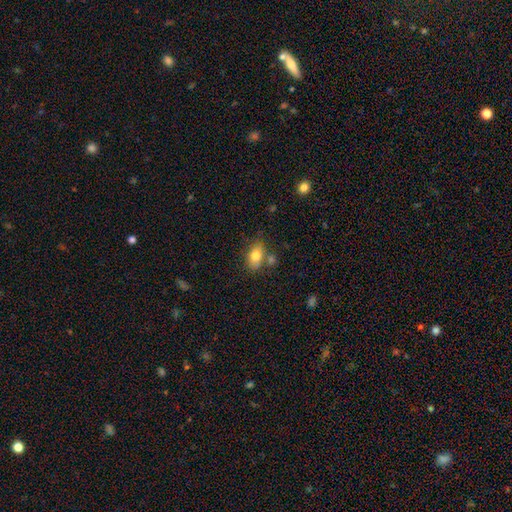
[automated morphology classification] The model was most divided on "merging": none: 66%, minor disturbance: 15%, merger: 14%, major disturbance: 4%. More confident: how rounded — in between (87%); smooth or featured — smooth (79%).